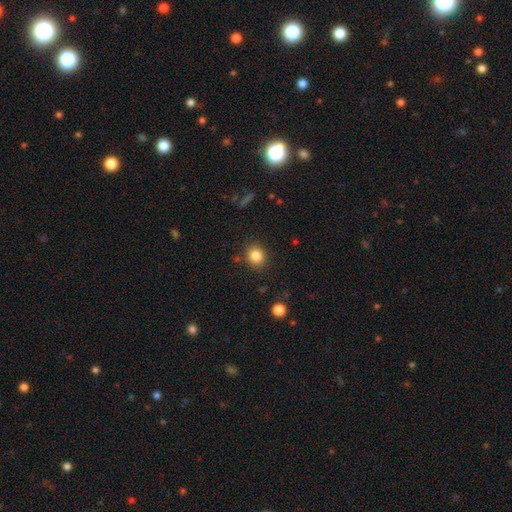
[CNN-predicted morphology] Q: Smooth or featured?
A: smooth (83%); runner-up: star or artifact (11%)
Q: How rounded?
A: round (79%); runner-up: in between (20%)
Q: Merging?
A: none (88%); runner-up: minor disturbance (8%)